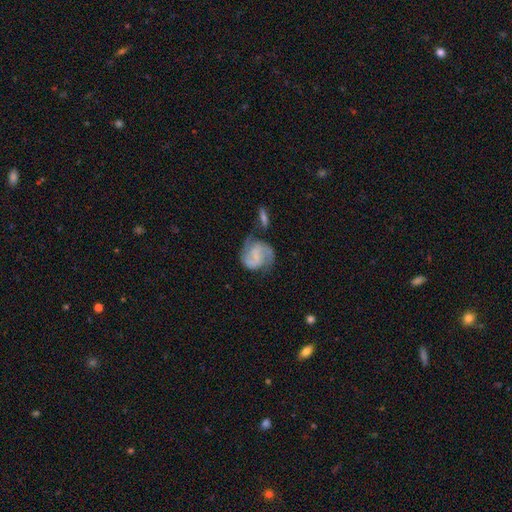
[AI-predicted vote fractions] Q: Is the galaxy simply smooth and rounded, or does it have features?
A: featured or disk — 77%.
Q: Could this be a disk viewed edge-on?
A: no — 98%.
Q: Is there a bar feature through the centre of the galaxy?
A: weak — 44%.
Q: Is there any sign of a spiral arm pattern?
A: yes — 95%.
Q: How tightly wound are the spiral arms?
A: medium — 50%.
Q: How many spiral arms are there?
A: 2 — 84%.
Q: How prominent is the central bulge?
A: none — 43%.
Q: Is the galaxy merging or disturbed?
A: none — 60%.